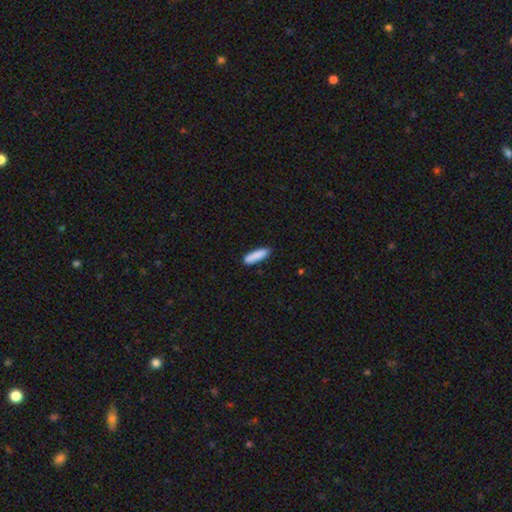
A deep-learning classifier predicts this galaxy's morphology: This is clearly a smooth galaxy (88%). How rounded: likely cigar-shaped (71%). Merging: clearly none (85%).